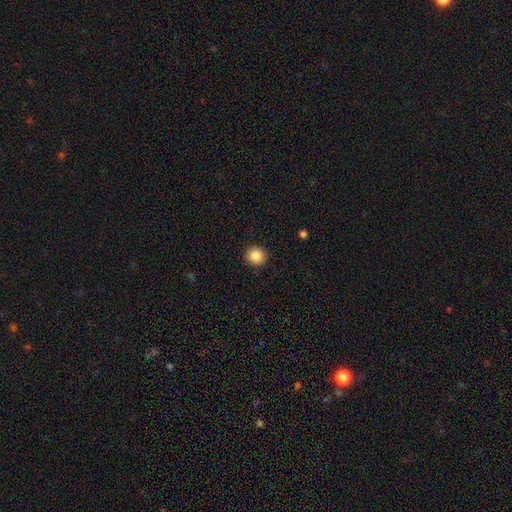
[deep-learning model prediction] A smooth galaxy with no disk features (86%) that is round (90%). Merging: none (92%).